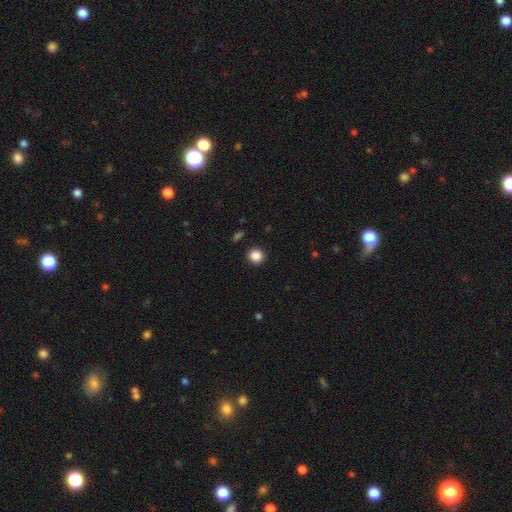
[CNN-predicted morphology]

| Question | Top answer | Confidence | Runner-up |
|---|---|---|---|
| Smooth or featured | smooth | 87% | star or artifact (10%) |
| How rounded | round | 91% | in between (8%) |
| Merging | none | 91% | minor disturbance (5%) |